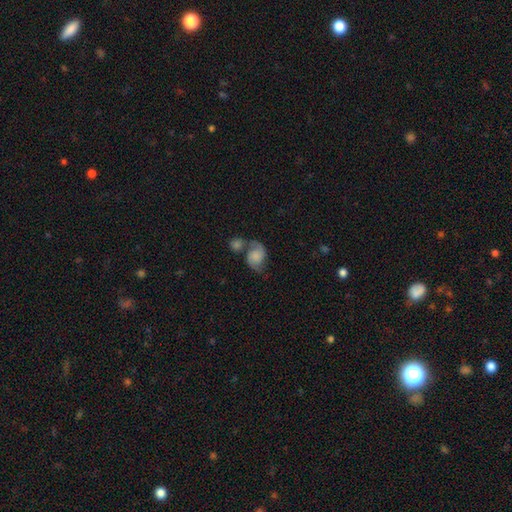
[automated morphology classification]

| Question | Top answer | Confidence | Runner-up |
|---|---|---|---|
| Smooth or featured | featured or disk | 57% | smooth (34%) |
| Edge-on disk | no | 98% | yes (2%) |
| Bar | no | 73% | weak (23%) |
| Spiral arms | yes | 90% | no (10%) |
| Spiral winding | loose | 50% | medium (38%) |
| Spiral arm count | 2 | 88% | 1 (5%) |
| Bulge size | none | 39% | small (23%) |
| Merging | merger | 42% | none (32%) |